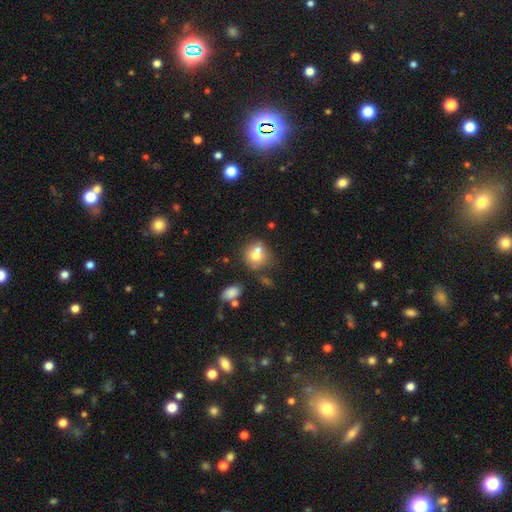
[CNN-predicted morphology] Q: Smooth or featured?
A: smooth (68%); runner-up: featured or disk (21%)
Q: How rounded?
A: round (77%); runner-up: in between (21%)
Q: Merging?
A: merger (42%); runner-up: none (41%)